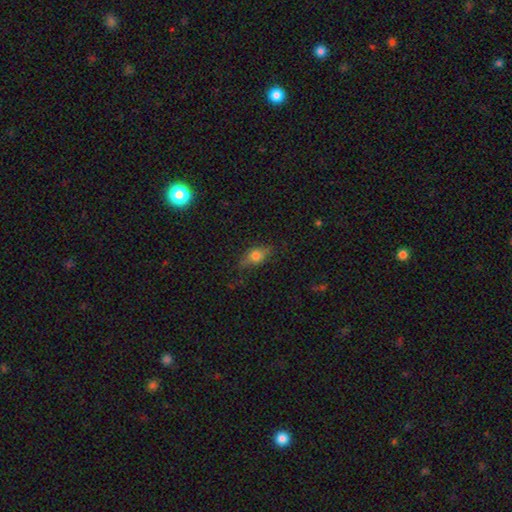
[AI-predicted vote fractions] Overall: smooth (65%). How rounded: in between (74%). Merging: none (72%).